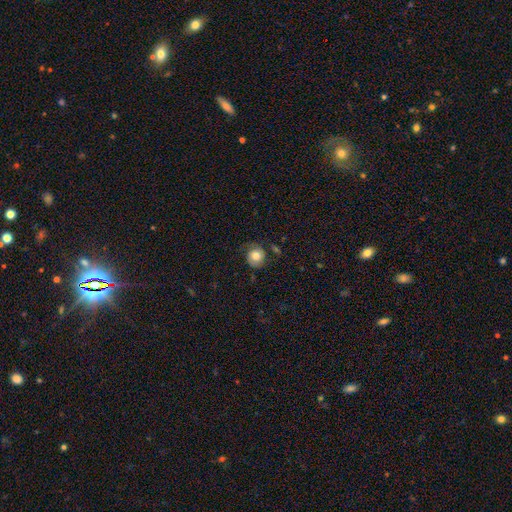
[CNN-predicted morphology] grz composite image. It shows a smooth galaxy with no disk features (68%) that is round (84%). Merging: none (65%).